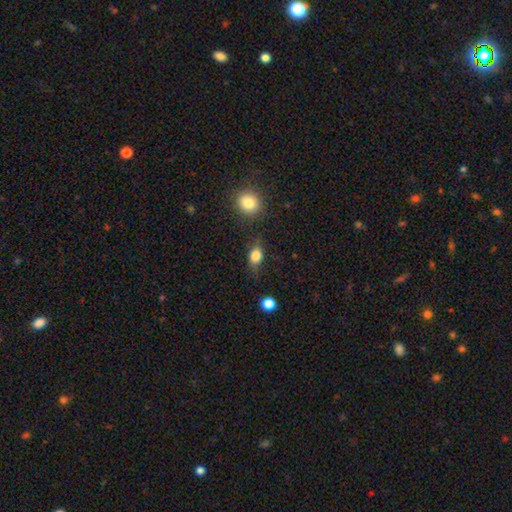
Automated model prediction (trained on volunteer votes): This appears to be a smooth galaxy with no disk features (82%) that is in between round and cigar-shaped (67%). Merging: none (71%).